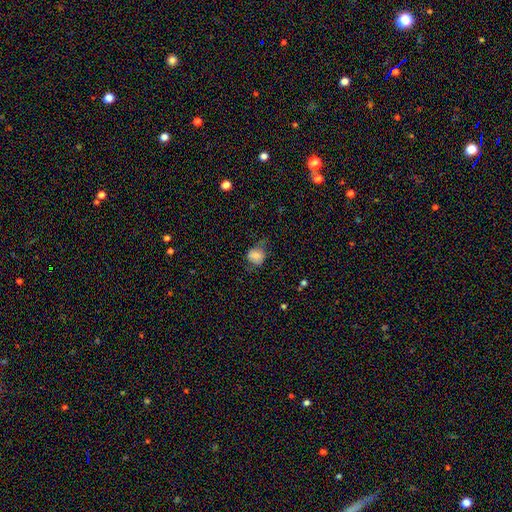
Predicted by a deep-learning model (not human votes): A smooth galaxy with no disk features (73%) that is round (64%).

Vote fractions:
- Smooth or featured? smooth: 73% / featured or disk: 16% / star or artifact: 11%
- How rounded? round: 64% / in between: 35% / cigar-shaped: 1%
- Merging? none: 56% / minor disturbance: 28% / major disturbance: 15% / merger: 2%